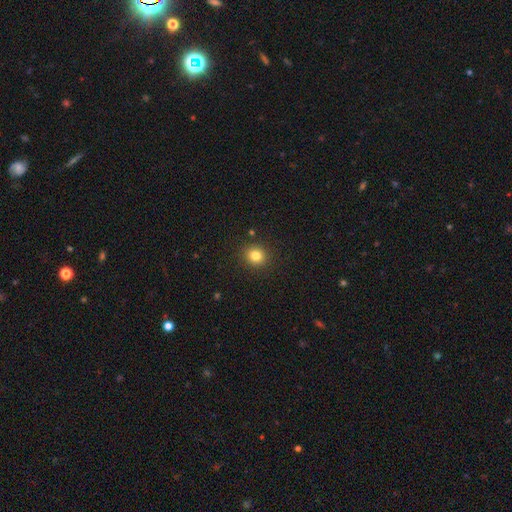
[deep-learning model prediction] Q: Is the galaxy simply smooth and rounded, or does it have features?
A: smooth — 82%.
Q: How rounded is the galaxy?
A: round — 85%.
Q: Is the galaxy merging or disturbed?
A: none — 90%.